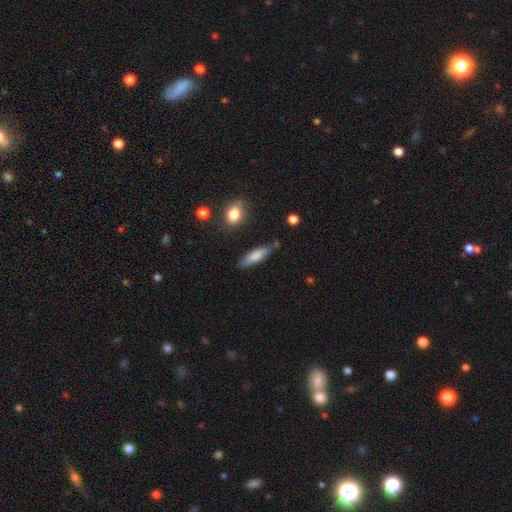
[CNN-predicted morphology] smooth-or-featured: smooth: 81% | featured or disk: 13% | star or artifact: 6%
  how-rounded: in between: 52% | cigar-shaped: 46% | round: 2%
  merging: none: 74% | minor disturbance: 17% | merger: 5% | major disturbance: 4%